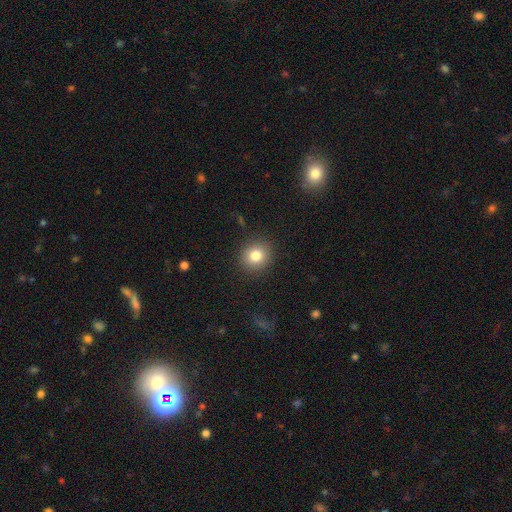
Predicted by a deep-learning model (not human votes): smooth_or_featured: smooth (p=0.81) [alt: star or artifact p=0.11]
how_rounded: round (p=0.86) [alt: in between p=0.13]
merging: none (p=0.90) [alt: minor disturbance p=0.06]